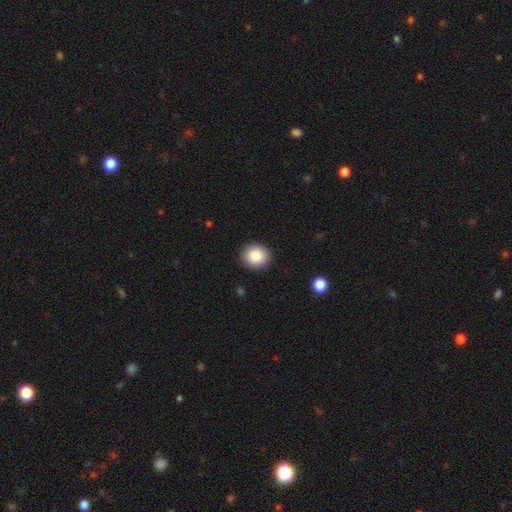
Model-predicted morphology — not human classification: Smooth or featured?
  - smooth: 87% *
  - star or artifact: 8%
  - featured or disk: 5%
How rounded?
  - round: 83% *
  - in between: 17%
  - cigar-shaped: 1%
Merging?
  - none: 91% *
  - minor disturbance: 6%
  - major disturbance: 2%
  - merger: 1%